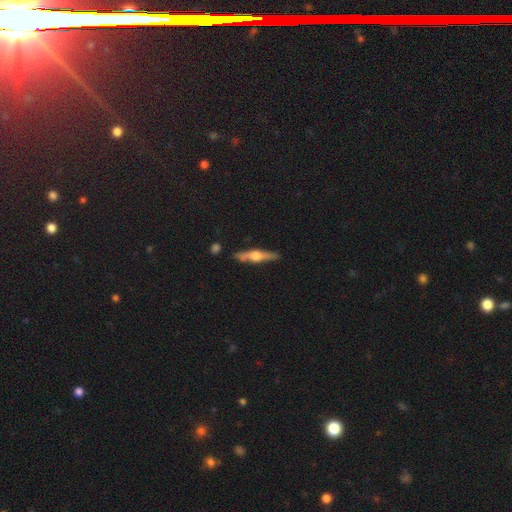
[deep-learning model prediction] smooth-or-featured: featured or disk: 68% | smooth: 27% | star or artifact: 5%
  disk-edge-on: yes: 96% | no: 4%
    edge-on-bulge: rounded: 93% | boxy: 4% | none: 3%
  merging: none: 85% | minor disturbance: 10% | merger: 3% | major disturbance: 2%